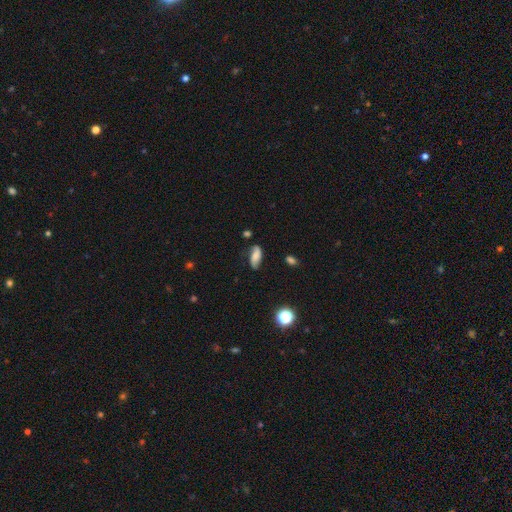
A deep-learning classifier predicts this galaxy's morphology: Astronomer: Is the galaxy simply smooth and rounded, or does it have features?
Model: smooth — 53% (runner-up: featured or disk, 37%).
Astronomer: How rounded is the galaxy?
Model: in between — 80%.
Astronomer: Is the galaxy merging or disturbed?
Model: none — 65%.